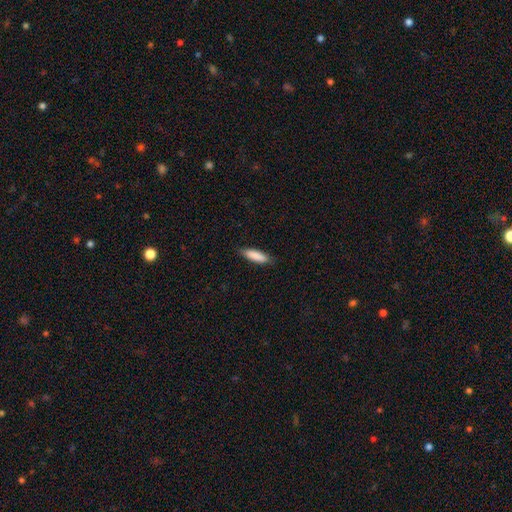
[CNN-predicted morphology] Smooth or featured?
  - smooth: 87% *
  - featured or disk: 7%
  - star or artifact: 6%
How rounded?
  - cigar-shaped: 59% *
  - in between: 40%
  - round: 1%
Merging?
  - none: 84% *
  - minor disturbance: 13%
  - major disturbance: 2%
  - merger: 1%